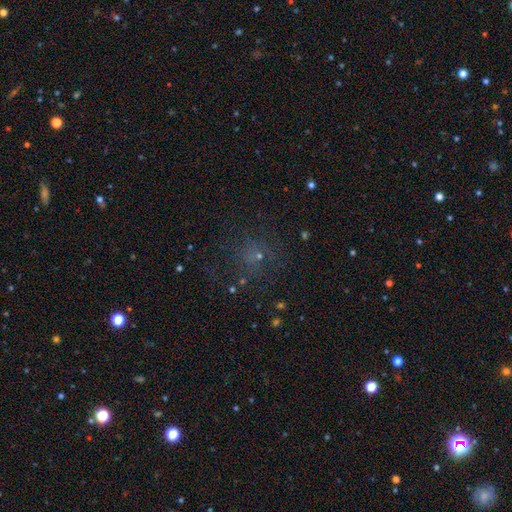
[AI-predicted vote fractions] smooth 47%, star or artifact 35%, featured or disk 18%. Down the decision tree: merging — none (69%).